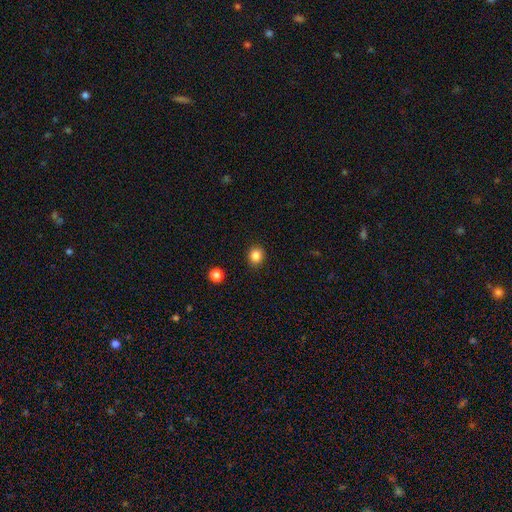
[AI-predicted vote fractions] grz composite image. It shows a smooth galaxy with no disk features (85%) that is round (74%). Merging: none (90%).